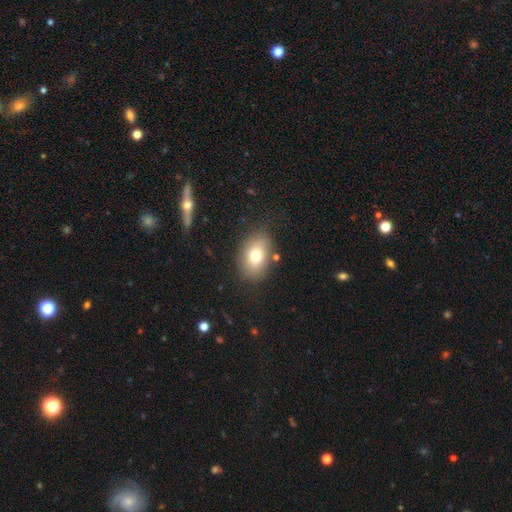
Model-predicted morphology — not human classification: smooth-or-featured: smooth: 76% | featured or disk: 15% | star or artifact: 10%
  how-rounded: in between: 79% | round: 20% | cigar-shaped: 1%
  merging: none: 79% | minor disturbance: 13% | major disturbance: 4% | merger: 3%